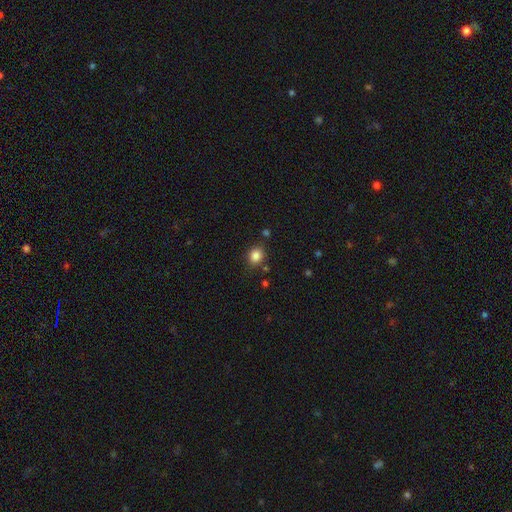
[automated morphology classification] Smooth or featured? Predicted: smooth (p=0.84). How rounded? Predicted: round (p=0.62). Merging? Predicted: none (p=0.81).